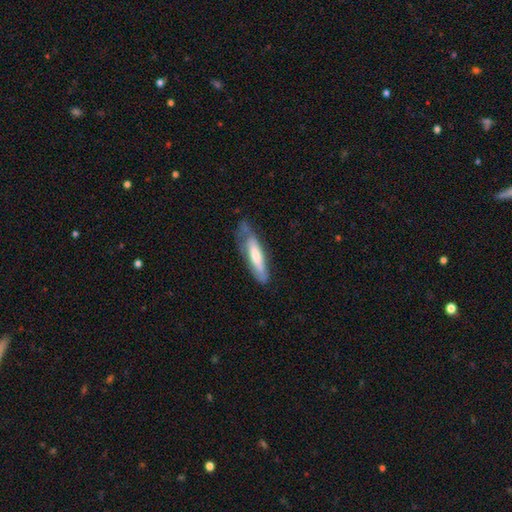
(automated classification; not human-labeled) Smooth or featured? Predicted: smooth (p=0.58). How rounded? Predicted: cigar-shaped (p=0.71). Merging? Predicted: none (p=0.52).